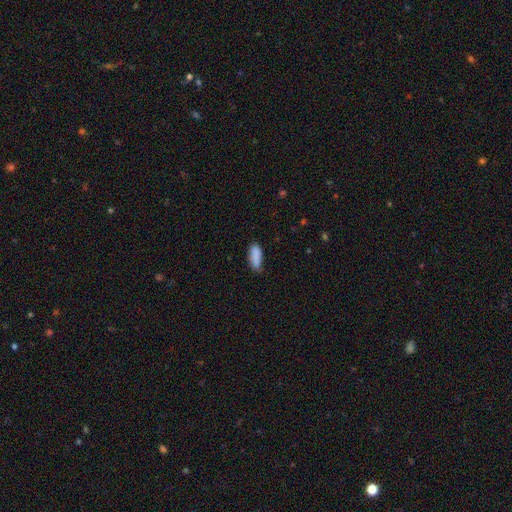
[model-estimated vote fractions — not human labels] Smooth or featured? Predicted: smooth (p=0.87). How rounded? Predicted: in between (p=0.73). Merging? Predicted: none (p=0.66).